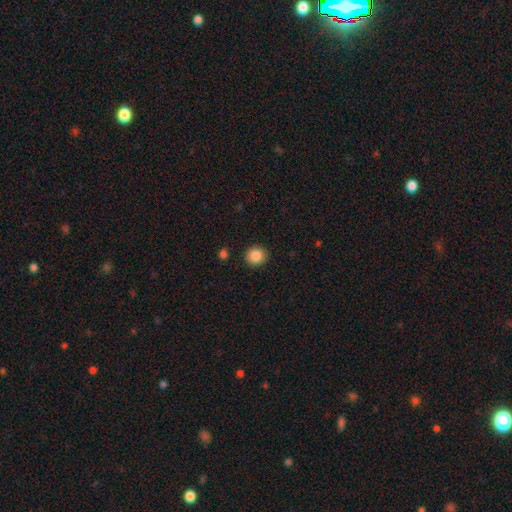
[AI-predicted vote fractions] Smooth or featured? smooth (87%)
How rounded? round (88%)
Merging? none (91%)